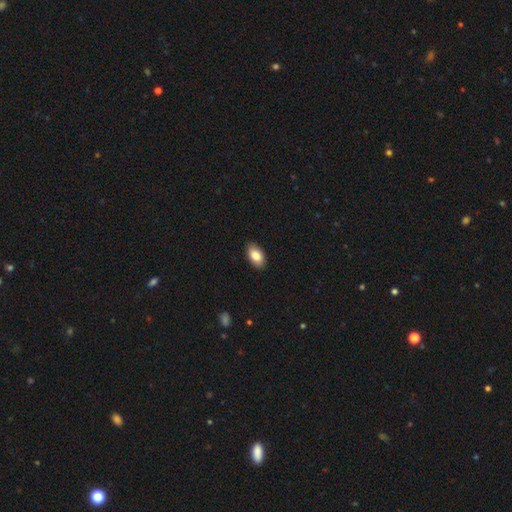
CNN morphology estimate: A smooth galaxy with no disk features (85%) that is in between round and cigar-shaped (94%). Merging: none (88%).